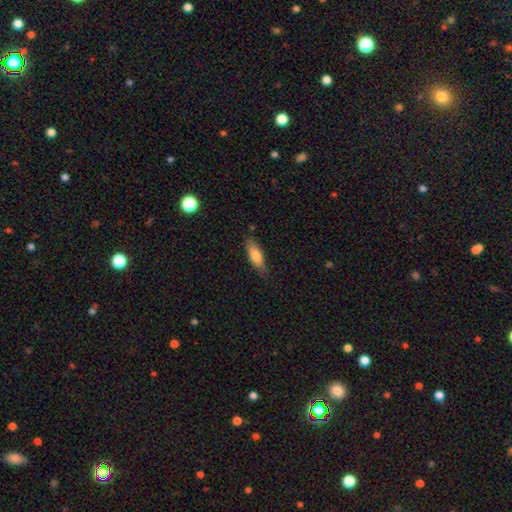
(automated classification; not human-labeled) Smooth or featured?
  - smooth: 77% *
  - featured or disk: 16%
  - star or artifact: 6%
How rounded?
  - in between: 62% *
  - cigar-shaped: 36%
  - round: 2%
Merging?
  - none: 77% *
  - minor disturbance: 18%
  - major disturbance: 3%
  - merger: 2%